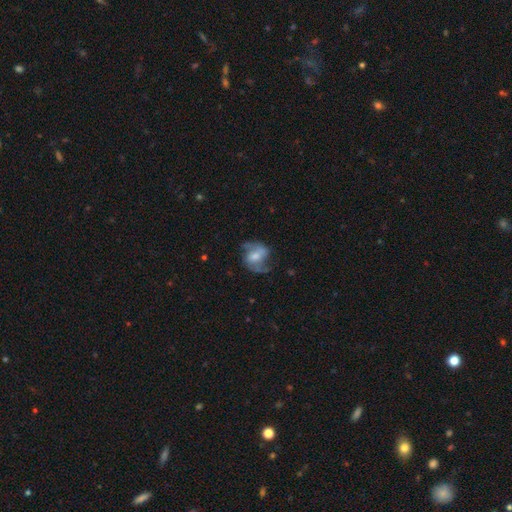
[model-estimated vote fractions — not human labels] This is likely a featured or disk galaxy (73%). It is clearly not viewed edge-on (97%). Bar: possibly weak (45%). Spiral arm pattern: clearly yes (90%). Spiral arm count: clearly 2 (88%). Spiral winding: possibly medium (48%). Central bulge: marginally moderate (44%). Merging: likely none (64%).